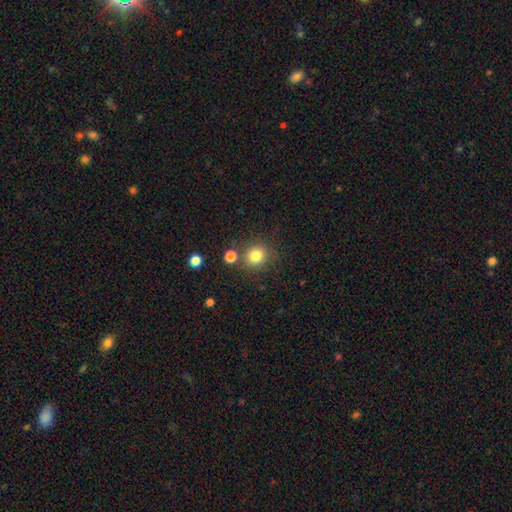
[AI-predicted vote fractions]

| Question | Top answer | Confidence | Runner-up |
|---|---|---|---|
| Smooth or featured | smooth | 82% | star or artifact (13%) |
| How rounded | round | 90% | in between (9%) |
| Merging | none | 81% | minor disturbance (9%) |